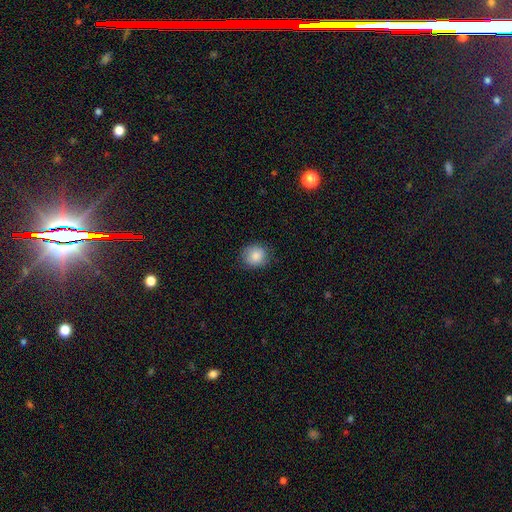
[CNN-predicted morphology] Smooth or featured?
  - smooth: 84% *
  - star or artifact: 8%
  - featured or disk: 8%
How rounded?
  - round: 73% *
  - in between: 27%
  - cigar-shaped: 1%
Merging?
  - none: 80% *
  - minor disturbance: 16%
  - major disturbance: 4%
  - merger: 1%